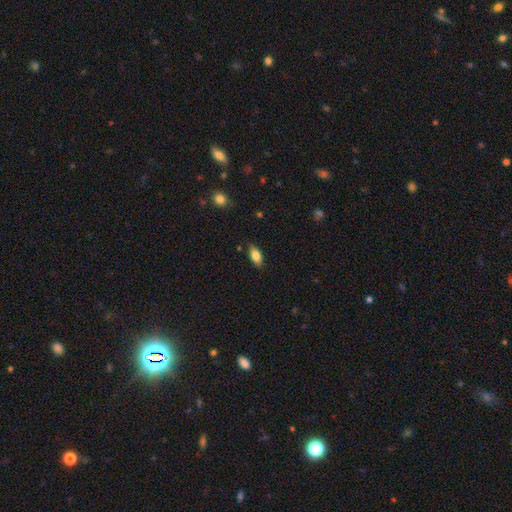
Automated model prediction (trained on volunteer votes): Smooth or featured? Predicted: smooth (p=0.83). How rounded? Predicted: in between (p=0.89). Merging? Predicted: none (p=0.83).